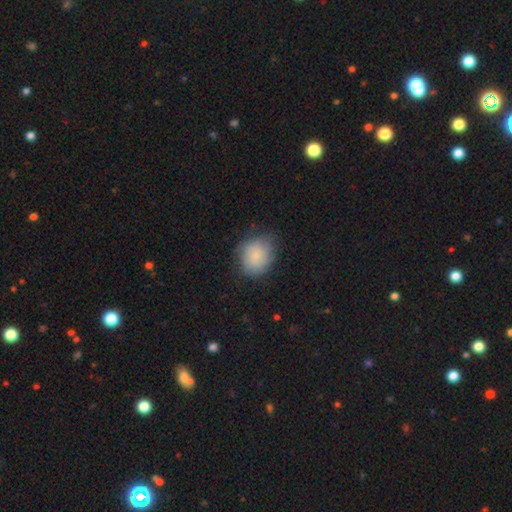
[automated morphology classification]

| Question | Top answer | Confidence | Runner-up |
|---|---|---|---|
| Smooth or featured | smooth | 75% | featured or disk (16%) |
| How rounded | round | 63% | in between (36%) |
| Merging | none | 68% | minor disturbance (24%) |